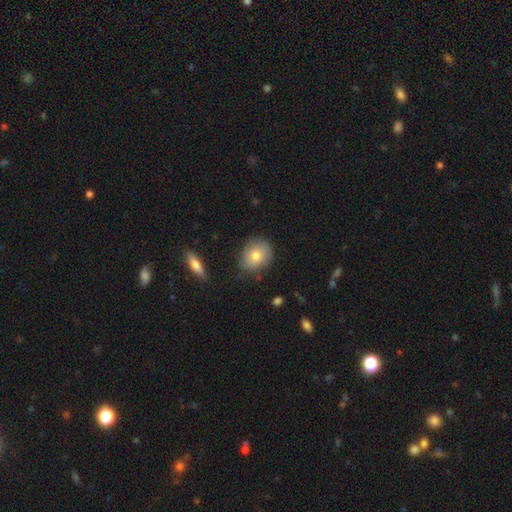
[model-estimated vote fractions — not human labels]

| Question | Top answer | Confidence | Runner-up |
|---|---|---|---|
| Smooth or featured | smooth | 76% | featured or disk (16%) |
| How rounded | round | 59% | in between (39%) |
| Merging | none | 80% | minor disturbance (15%) |